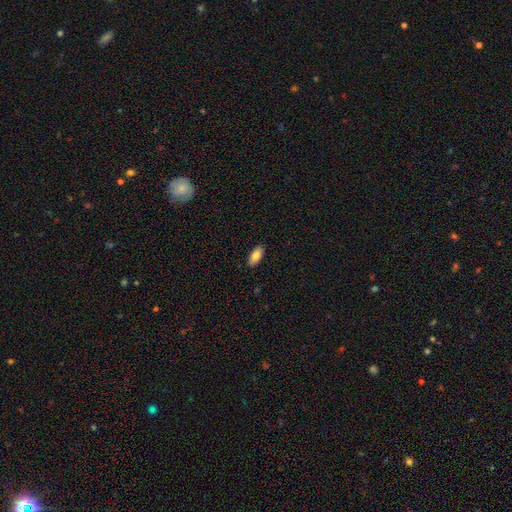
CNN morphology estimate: smooth_or_featured: smooth (p=0.81) [alt: featured or disk p=0.13]
how_rounded: in between (p=0.88) [alt: cigar-shaped p=0.10]
merging: none (p=0.89) [alt: minor disturbance p=0.08]